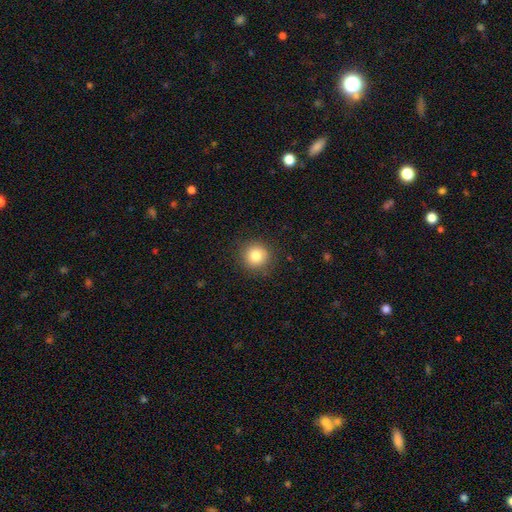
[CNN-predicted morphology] Q: Smooth or featured?
A: smooth (82%); runner-up: star or artifact (11%)
Q: How rounded?
A: round (93%); runner-up: in between (6%)
Q: Merging?
A: none (89%); runner-up: minor disturbance (7%)